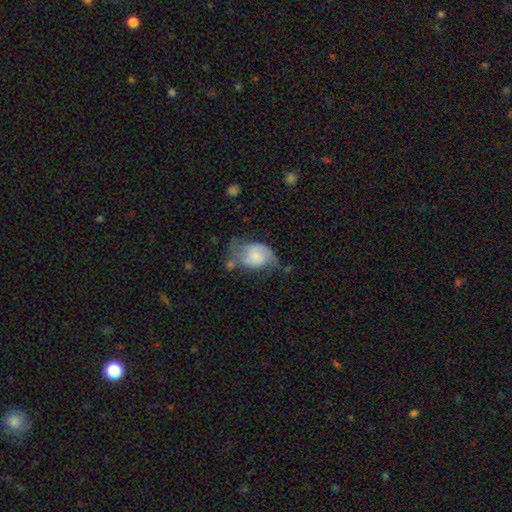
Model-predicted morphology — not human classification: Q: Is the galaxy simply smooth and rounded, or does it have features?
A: featured or disk — 57%.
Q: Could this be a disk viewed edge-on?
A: no — 97%.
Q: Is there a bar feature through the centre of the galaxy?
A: no — 63%.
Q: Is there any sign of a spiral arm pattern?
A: yes — 85%.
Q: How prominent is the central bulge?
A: small — 37%.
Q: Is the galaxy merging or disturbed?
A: none — 36%.